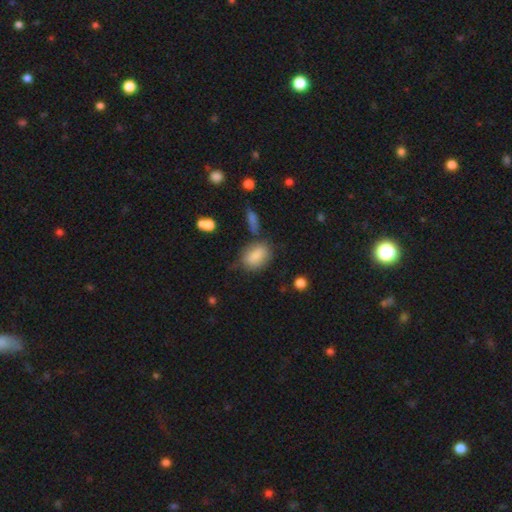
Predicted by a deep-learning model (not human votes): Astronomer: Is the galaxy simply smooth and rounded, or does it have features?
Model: smooth — 81%.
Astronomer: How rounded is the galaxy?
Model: in between — 80%.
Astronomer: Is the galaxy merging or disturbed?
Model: none — 63%.